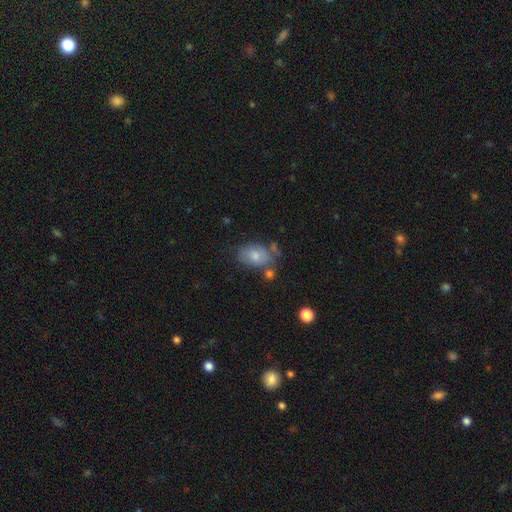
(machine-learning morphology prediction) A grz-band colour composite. It shows a smooth galaxy with no disk features (72%) that is in between round and cigar-shaped (83%). Merging: none (52%).